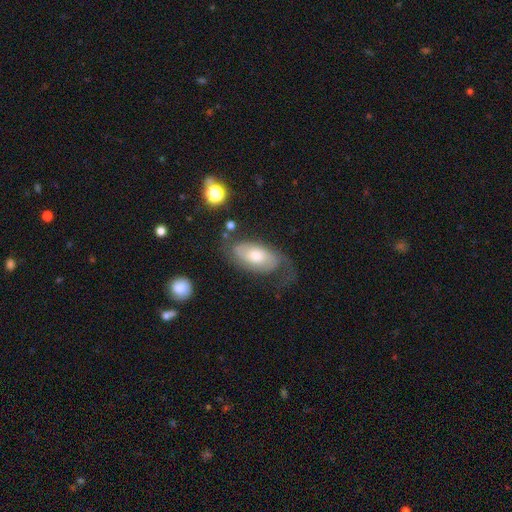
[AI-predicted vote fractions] A featured or disk galaxy (64%) with no bar (71%), 2 (63%) medium (39%) spiral arms (87%) and a moderate central bulge (56%). Merging: none (50%).